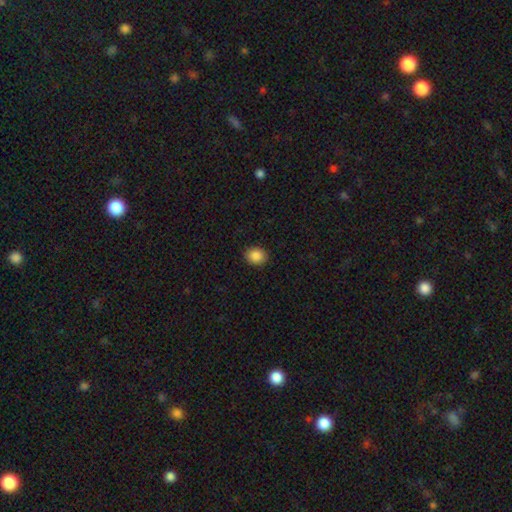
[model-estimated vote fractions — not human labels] smooth-or-featured: smooth: 88% | star or artifact: 9% | featured or disk: 4%
  how-rounded: round: 59% | in between: 41% | cigar-shaped: 1%
  merging: none: 90% | minor disturbance: 7% | major disturbance: 2% | merger: 1%